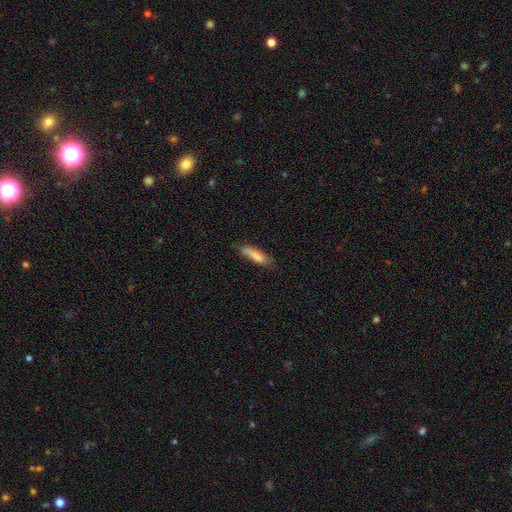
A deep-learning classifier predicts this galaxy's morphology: Smooth or featured: smooth — 82% (featured or disk — 11%)
How rounded: cigar-shaped — 61% (in between — 38%)
Merging: none — 64% (minor disturbance — 27%)